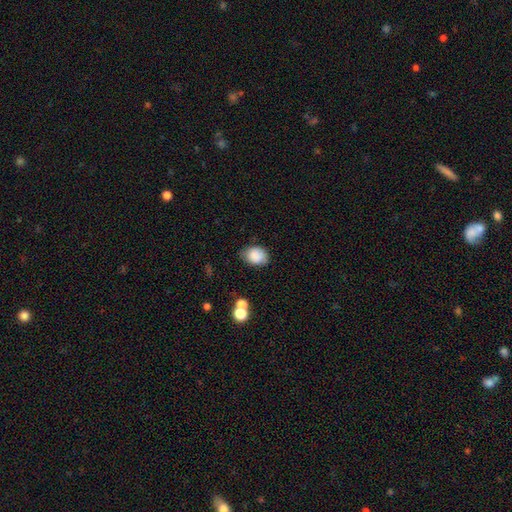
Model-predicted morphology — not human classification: smooth 86%, star or artifact 8%, featured or disk 6%. Down the decision tree: how rounded — in between (60%); merging — none (70%).